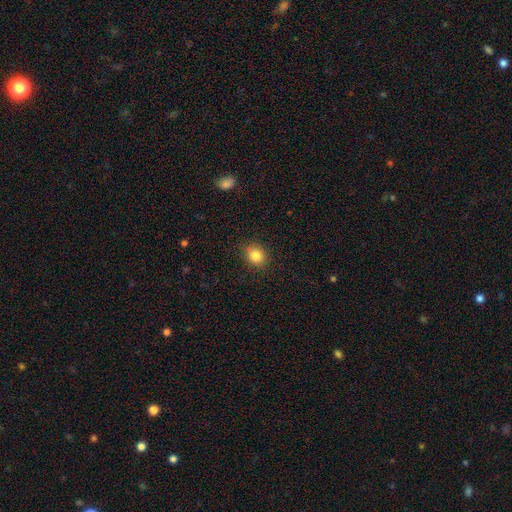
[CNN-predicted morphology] Smooth or featured: smooth — 83% (star or artifact — 11%)
How rounded: round — 60% (in between — 39%)
Merging: none — 87% (minor disturbance — 10%)